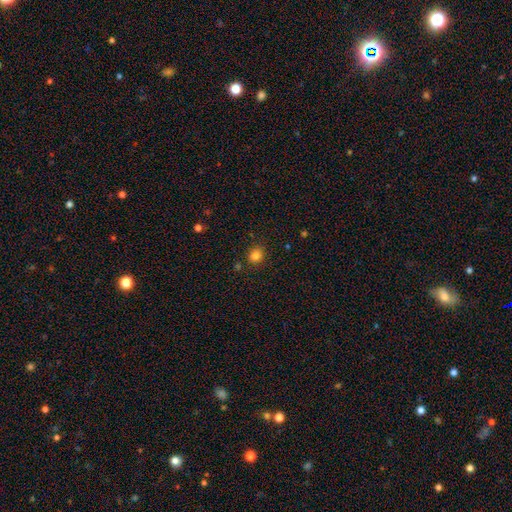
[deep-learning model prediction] smooth-or-featured: smooth: 82% | star or artifact: 13% | featured or disk: 5%
  how-rounded: round: 66% | in between: 33% | cigar-shaped: 1%
  merging: none: 85% | minor disturbance: 9% | merger: 3% | major disturbance: 3%